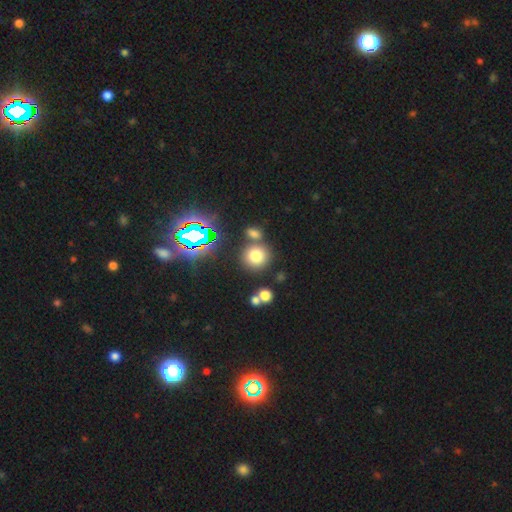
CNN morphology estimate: smooth 71%, star or artifact 20%, featured or disk 8%. Down the decision tree: how rounded — round (88%); merging — none (69%).